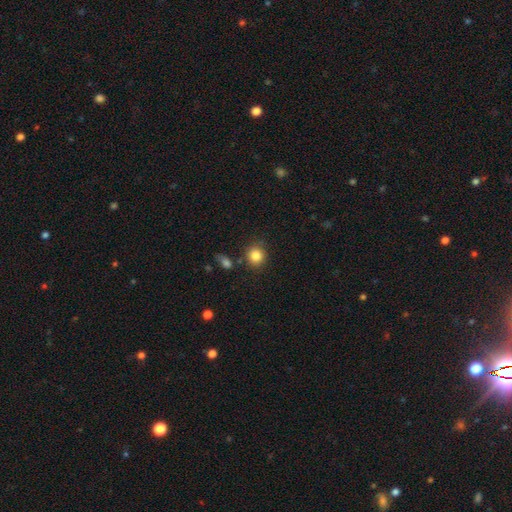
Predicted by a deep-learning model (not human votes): This appears to be a smooth galaxy with no disk features (84%) that is round (89%). Merging: none (83%).